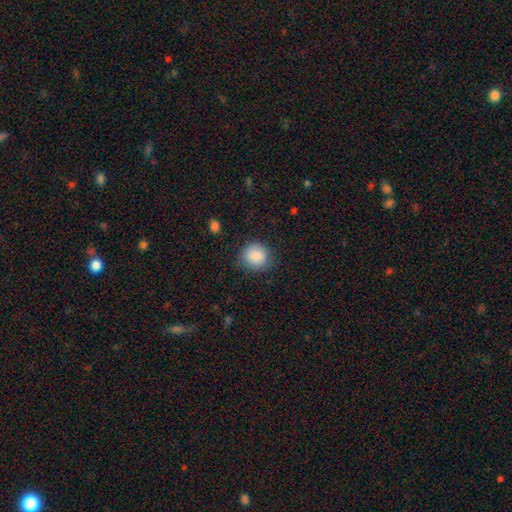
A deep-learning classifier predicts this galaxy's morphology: A smooth galaxy with no disk features (87%) that is round (88%). Merging: none (83%).